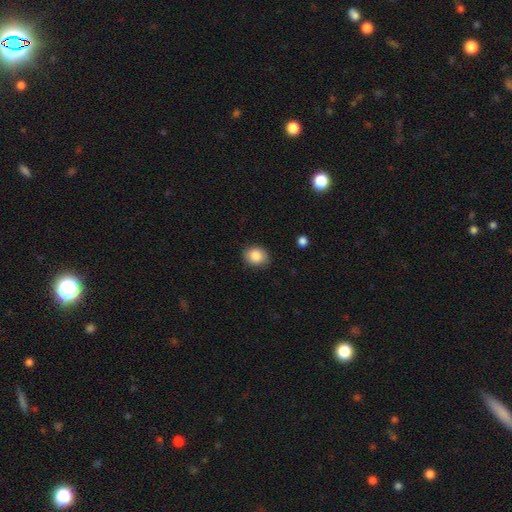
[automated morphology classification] Smooth or featured?
  - smooth: 86% *
  - star or artifact: 8%
  - featured or disk: 6%
How rounded?
  - round: 55% *
  - in between: 44%
  - cigar-shaped: 1%
Merging?
  - none: 86% *
  - minor disturbance: 10%
  - major disturbance: 2%
  - merger: 1%